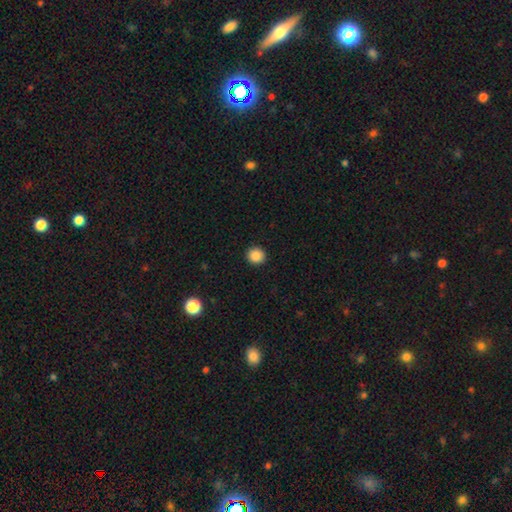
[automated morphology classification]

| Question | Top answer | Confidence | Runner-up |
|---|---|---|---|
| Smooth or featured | smooth | 88% | star or artifact (10%) |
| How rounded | round | 91% | in between (8%) |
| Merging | none | 92% | minor disturbance (5%) |